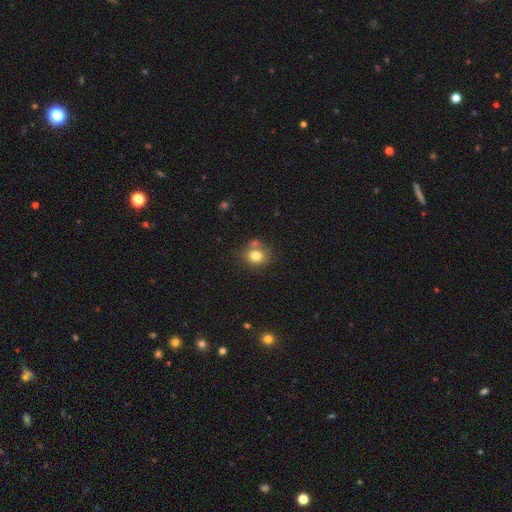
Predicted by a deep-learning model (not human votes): Smooth or featured? Predicted: smooth (p=0.78). How rounded? Predicted: round (p=0.69). Merging? Predicted: none (p=0.58).